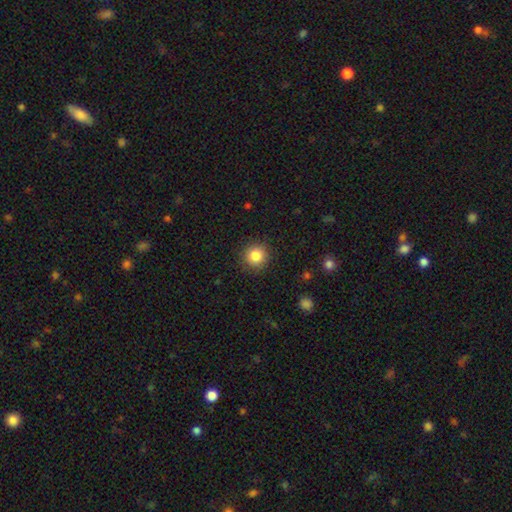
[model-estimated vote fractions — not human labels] This is clearly a smooth galaxy (84%). How rounded: clearly round (93%). Merging: clearly none (90%).